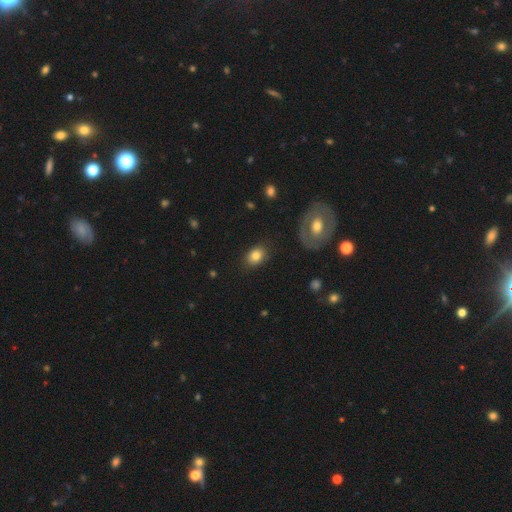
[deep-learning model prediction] This appears to be a smooth galaxy with no disk features (81%) that is in between round and cigar-shaped (68%). Merging: none (83%).